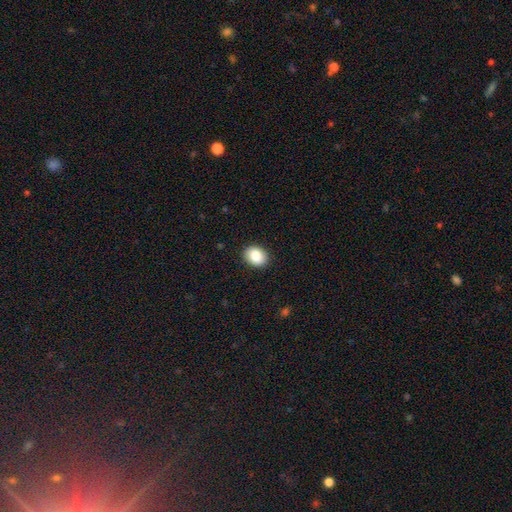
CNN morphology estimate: smooth 86%, star or artifact 8%, featured or disk 6%. Down the decision tree: how rounded — in between (60%); merging — none (90%).